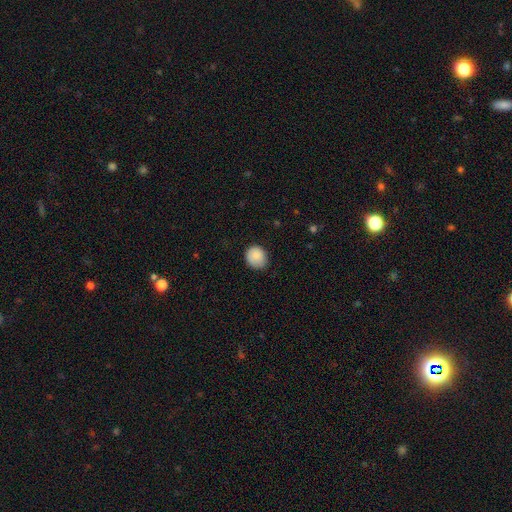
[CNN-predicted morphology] smooth 85%, star or artifact 8%, featured or disk 7%. Down the decision tree: how rounded — round (74%); merging — none (77%).